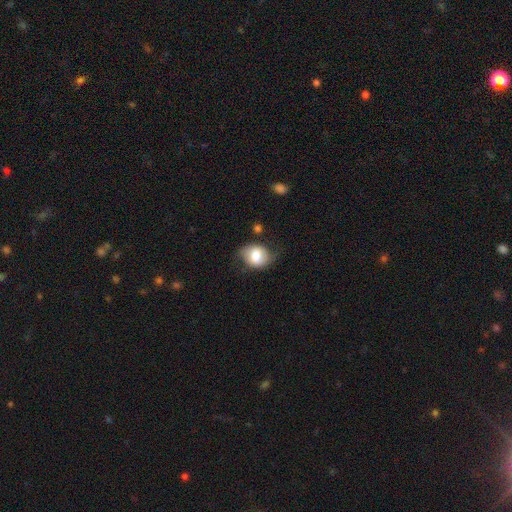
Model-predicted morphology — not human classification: smooth_or_featured: smooth (p=0.72) [alt: featured or disk p=0.21]
how_rounded: in between (p=0.50) [alt: round p=0.49]
merging: none (p=0.60) [alt: minor disturbance p=0.27]